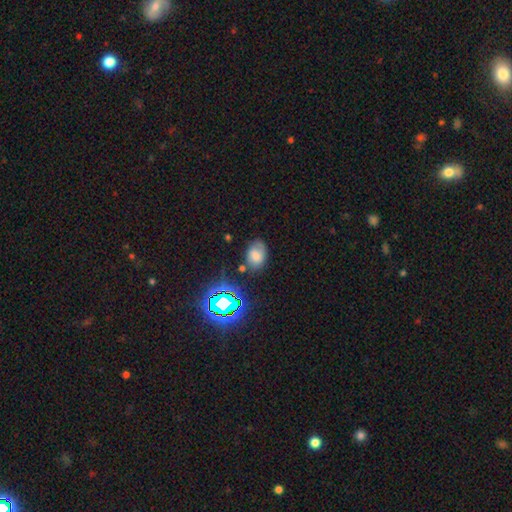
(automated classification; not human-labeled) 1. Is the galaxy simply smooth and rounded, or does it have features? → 54% smooth, 24% star or artifact, 22% featured or disk.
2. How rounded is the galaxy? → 76% in between, 22% round, 1% cigar-shaped.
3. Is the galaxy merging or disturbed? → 66% none, 24% minor disturbance, 7% major disturbance, 4% merger.